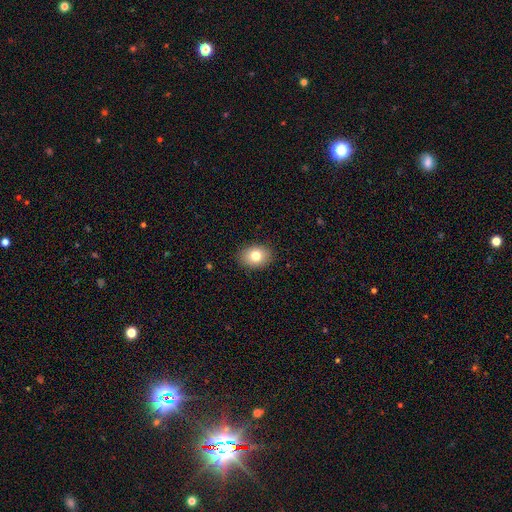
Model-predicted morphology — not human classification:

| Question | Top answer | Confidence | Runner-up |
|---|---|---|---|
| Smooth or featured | smooth | 80% | featured or disk (11%) |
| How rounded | in between | 66% | round (33%) |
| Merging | none | 89% | minor disturbance (8%) |